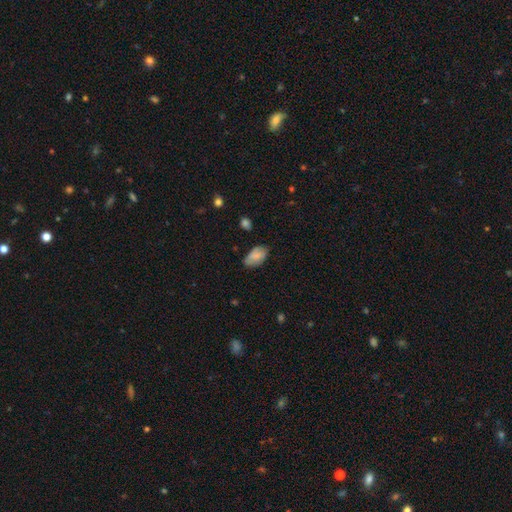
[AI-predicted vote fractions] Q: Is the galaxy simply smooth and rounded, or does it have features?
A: smooth — 77%.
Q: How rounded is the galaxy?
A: in between — 93%.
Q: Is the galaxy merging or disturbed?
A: none — 66%.